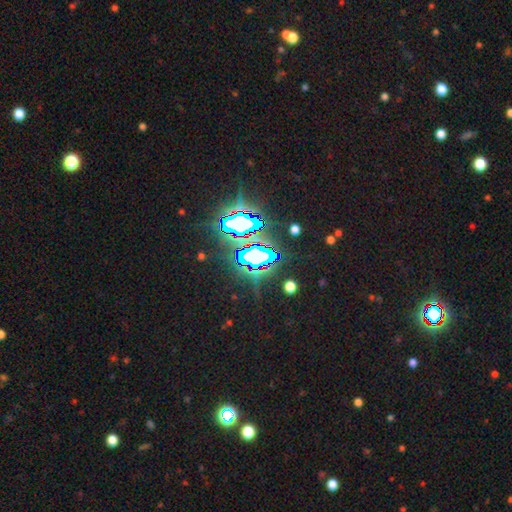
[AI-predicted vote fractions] Q: Smooth or featured?
A: star or artifact (80%); runner-up: smooth (10%)